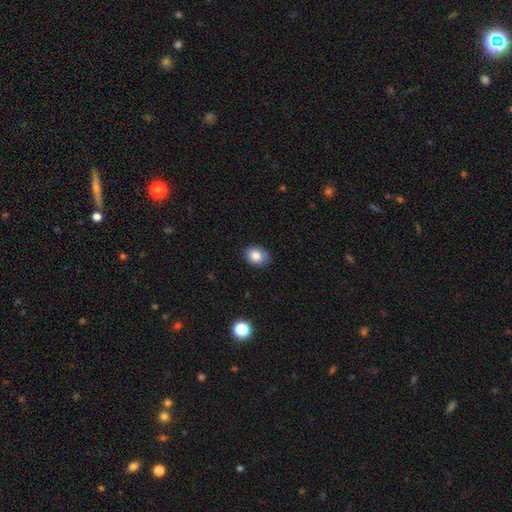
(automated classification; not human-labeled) Q: Smooth or featured?
A: smooth (83%); runner-up: star or artifact (9%)
Q: How rounded?
A: in between (59%); runner-up: round (40%)
Q: Merging?
A: none (85%); runner-up: minor disturbance (12%)